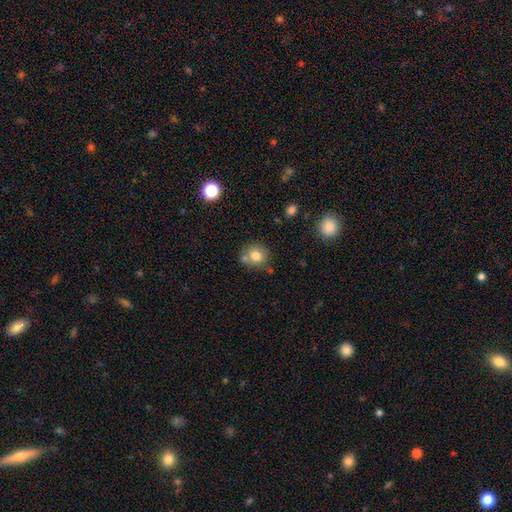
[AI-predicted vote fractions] Q: Smooth or featured?
A: smooth (77%); runner-up: featured or disk (12%)
Q: How rounded?
A: round (84%); runner-up: in between (15%)
Q: Merging?
A: none (64%); runner-up: merger (20%)